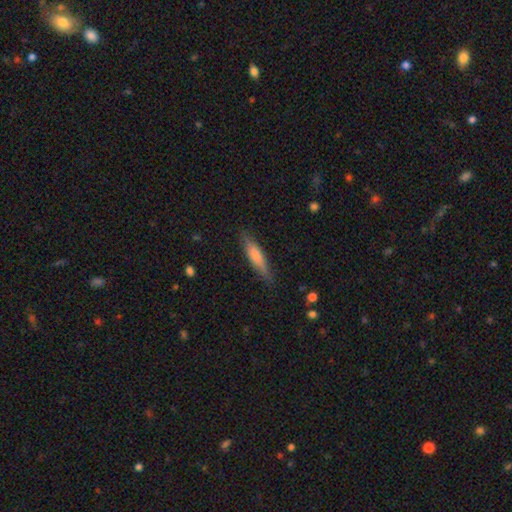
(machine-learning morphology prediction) Q: Smooth or featured?
A: smooth (64%); runner-up: featured or disk (29%)
Q: How rounded?
A: cigar-shaped (77%); runner-up: in between (21%)
Q: Merging?
A: none (83%); runner-up: minor disturbance (13%)